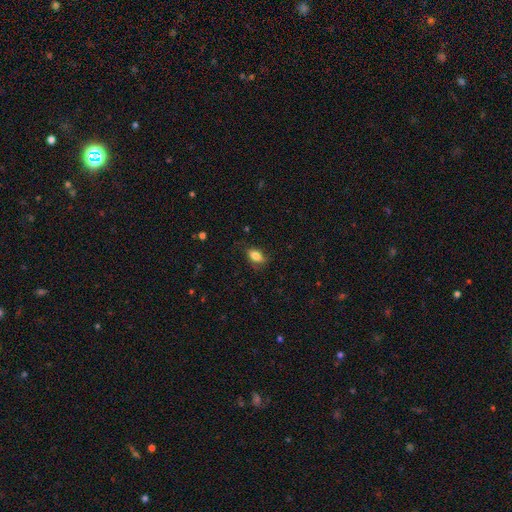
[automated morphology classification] smooth_or_featured: smooth (p=0.81) [alt: featured or disk p=0.10]
how_rounded: in between (p=0.87) [alt: round p=0.09]
merging: none (p=0.72) [alt: minor disturbance p=0.21]